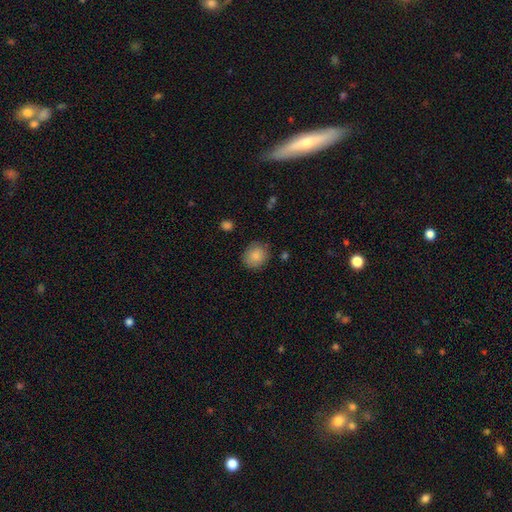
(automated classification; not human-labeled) Smooth or featured? Predicted: smooth (p=0.87). How rounded? Predicted: round (p=0.75). Merging? Predicted: none (p=0.84).